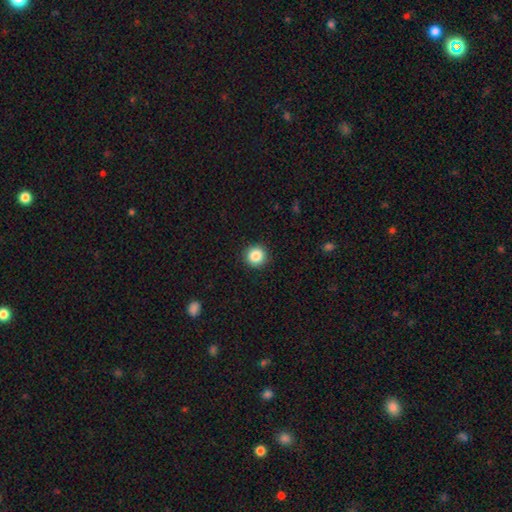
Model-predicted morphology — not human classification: Smooth or featured?
  - smooth: 86% *
  - star or artifact: 10%
  - featured or disk: 4%
How rounded?
  - round: 94% *
  - in between: 5%
  - cigar-shaped: 1%
Merging?
  - none: 92% *
  - minor disturbance: 6%
  - major disturbance: 2%
  - merger: 1%